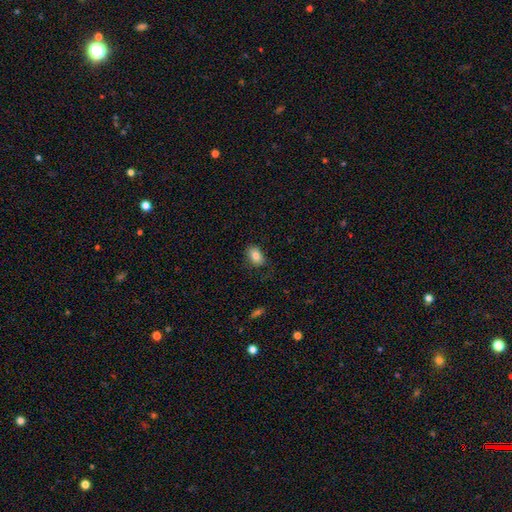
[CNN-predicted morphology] Smooth or featured? smooth (82%)
How rounded? in between (86%)
Merging? none (79%)